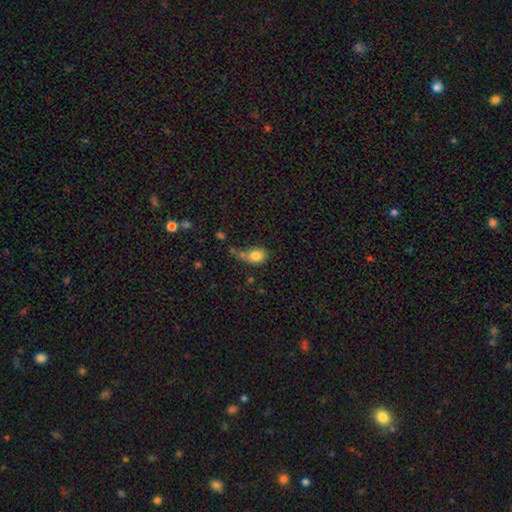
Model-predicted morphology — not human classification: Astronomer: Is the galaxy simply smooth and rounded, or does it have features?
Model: smooth — 82%.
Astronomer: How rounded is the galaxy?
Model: in between — 59% (runner-up: round, 40%).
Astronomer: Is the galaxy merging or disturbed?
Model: none — 45% (runner-up: minor disturbance, 25%).